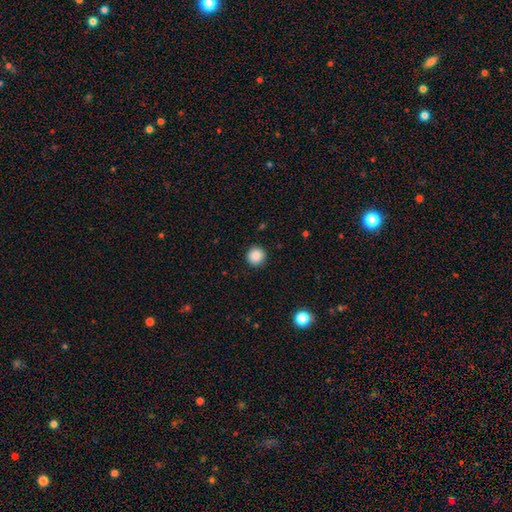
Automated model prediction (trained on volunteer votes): Smooth or featured? Predicted: smooth (p=0.88). How rounded? Predicted: round (p=0.95). Merging? Predicted: none (p=0.92).